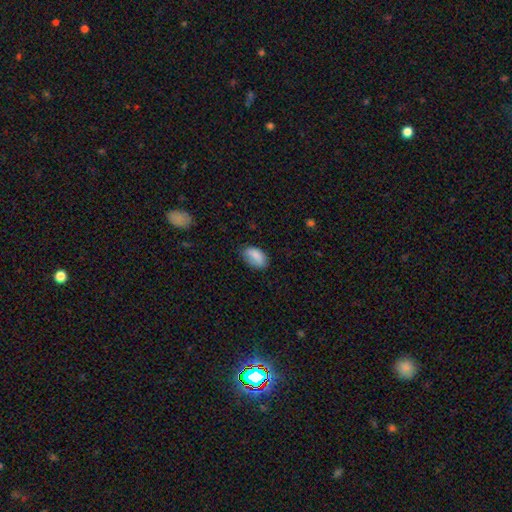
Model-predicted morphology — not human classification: This is clearly a smooth galaxy (84%). How rounded: clearly in between (92%). Merging: likely none (69%).